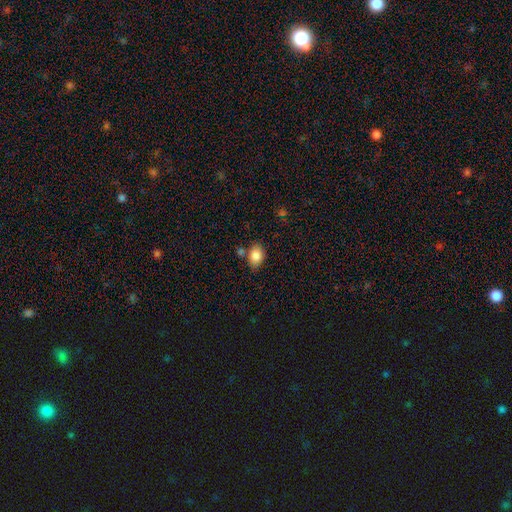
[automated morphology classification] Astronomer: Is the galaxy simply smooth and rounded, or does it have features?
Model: smooth — 85%.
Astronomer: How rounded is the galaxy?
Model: in between — 76%.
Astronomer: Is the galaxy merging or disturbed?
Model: none — 69%.